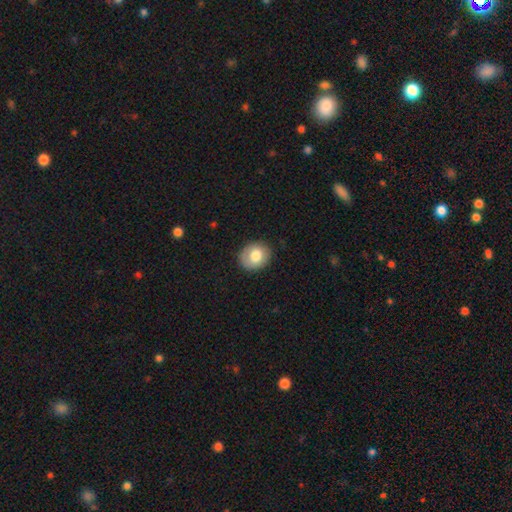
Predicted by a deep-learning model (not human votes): A smooth galaxy with no disk features (76%) that is round (60%). Merging: none (83%).